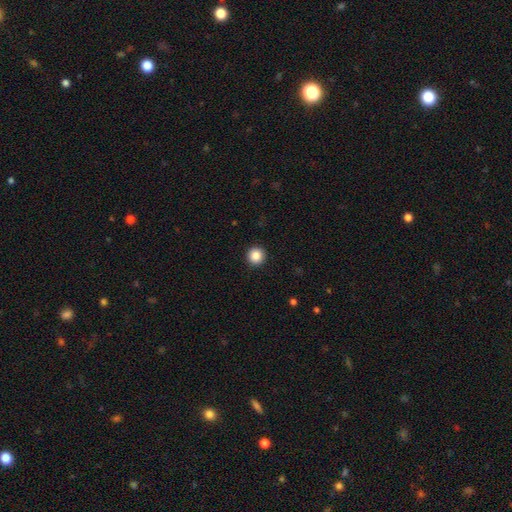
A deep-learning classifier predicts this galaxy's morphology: Smooth or featured?
  - smooth: 87% *
  - star or artifact: 10%
  - featured or disk: 3%
How rounded?
  - round: 96% *
  - in between: 3%
  - cigar-shaped: 1%
Merging?
  - none: 93% *
  - minor disturbance: 4%
  - major disturbance: 2%
  - merger: 1%